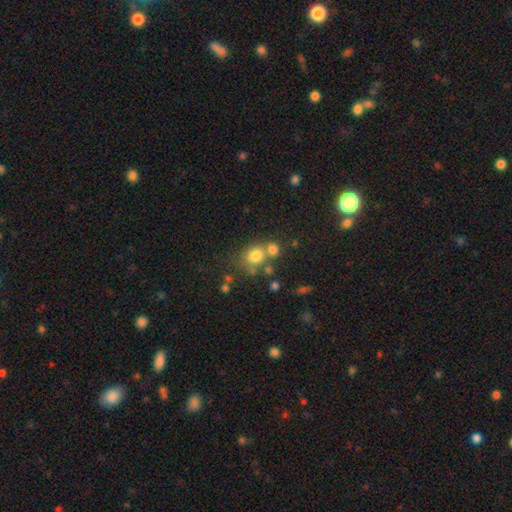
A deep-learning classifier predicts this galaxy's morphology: The model was most divided on "merging": none: 51%, merger: 33%, minor disturbance: 11%, major disturbance: 6%. More confident: smooth or featured — smooth (75%); how rounded — round (73%).